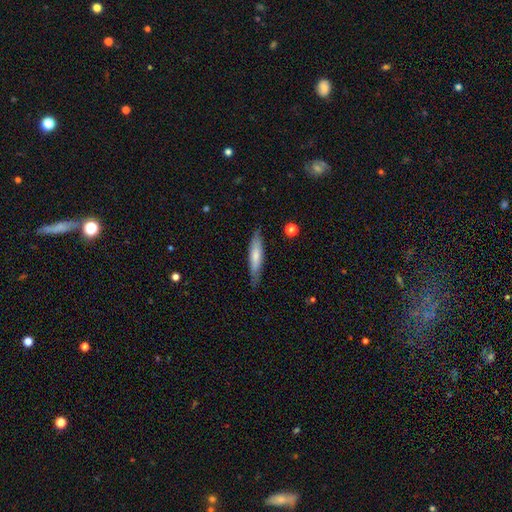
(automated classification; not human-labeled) smooth_or_featured: smooth (p=0.62) [alt: featured or disk p=0.32]
how_rounded: cigar-shaped (p=0.83) [alt: in between p=0.16]
merging: none (p=0.81) [alt: minor disturbance p=0.15]